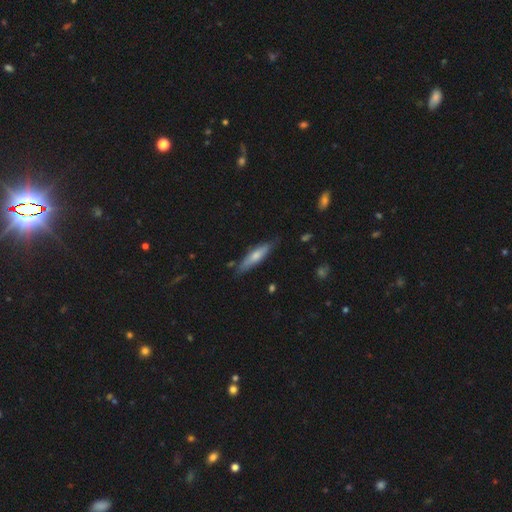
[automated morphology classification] smooth-or-featured: smooth: 62% | featured or disk: 32% | star or artifact: 6%
  how-rounded: cigar-shaped: 75% | in between: 23% | round: 2%
  merging: none: 78% | minor disturbance: 17% | major disturbance: 3% | merger: 2%